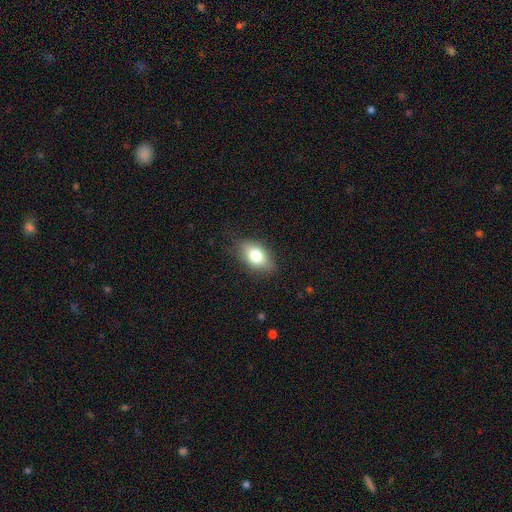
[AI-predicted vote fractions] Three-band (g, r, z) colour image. It shows a smooth galaxy with no disk features (75%) that is in between round and cigar-shaped (85%). Merging: none (81%).